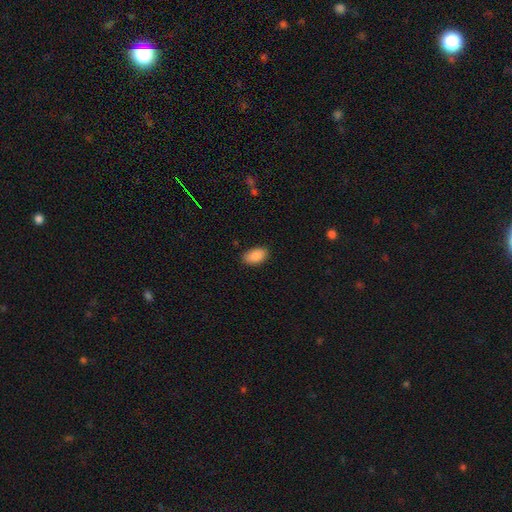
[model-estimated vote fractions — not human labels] Smooth or featured? Predicted: smooth (p=0.90). How rounded? Predicted: in between (p=0.93). Merging? Predicted: none (p=0.85).